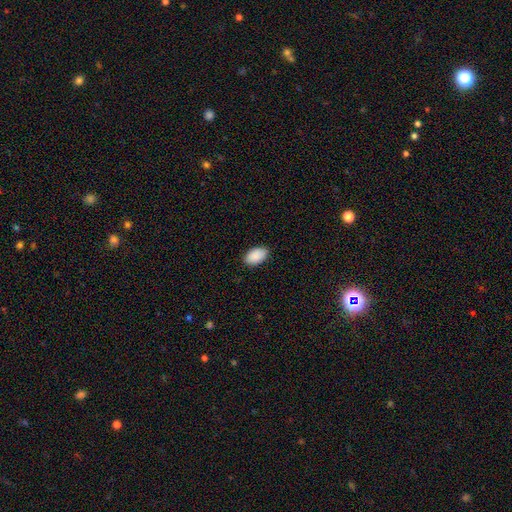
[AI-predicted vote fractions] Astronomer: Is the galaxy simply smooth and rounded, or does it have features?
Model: smooth — 91%.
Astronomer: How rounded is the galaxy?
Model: in between — 94%.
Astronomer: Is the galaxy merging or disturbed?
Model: none — 87%.